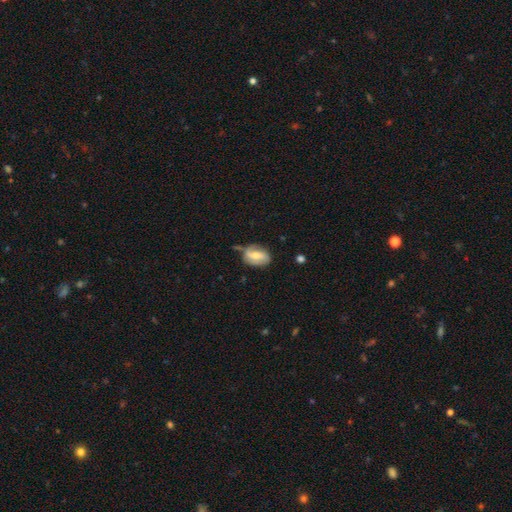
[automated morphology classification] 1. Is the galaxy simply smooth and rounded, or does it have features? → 47% smooth, 46% featured or disk, 7% star or artifact.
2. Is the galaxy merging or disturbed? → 54% none, 30% minor disturbance, 9% major disturbance, 7% merger.